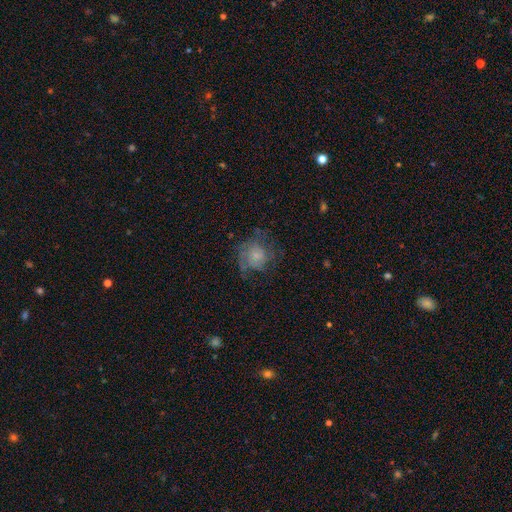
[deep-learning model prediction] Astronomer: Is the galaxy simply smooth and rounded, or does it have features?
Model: featured or disk — 50% (runner-up: smooth, 41%).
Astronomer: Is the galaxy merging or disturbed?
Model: none — 54%.